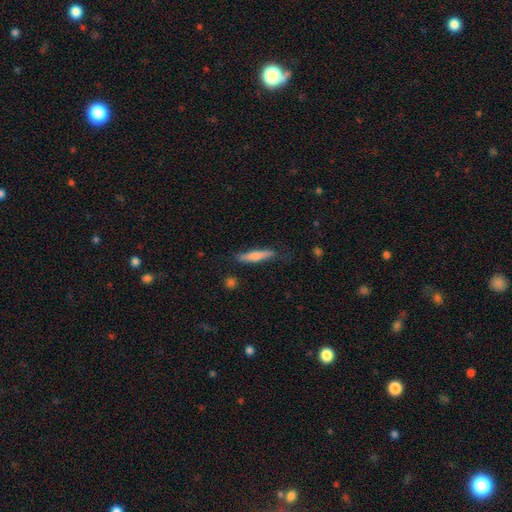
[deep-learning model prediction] This is likely a smooth galaxy (67%). How rounded: clearly cigar-shaped (88%). Merging: likely none (75%).